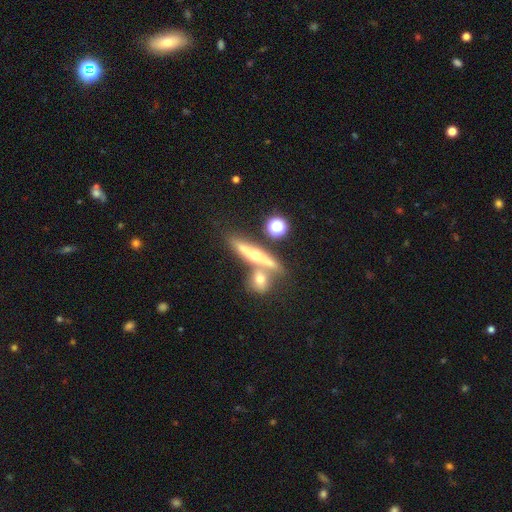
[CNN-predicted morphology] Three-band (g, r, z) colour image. It shows a featured or disk galaxy (56%) viewed edge-on (85%). Merging: none (54%).